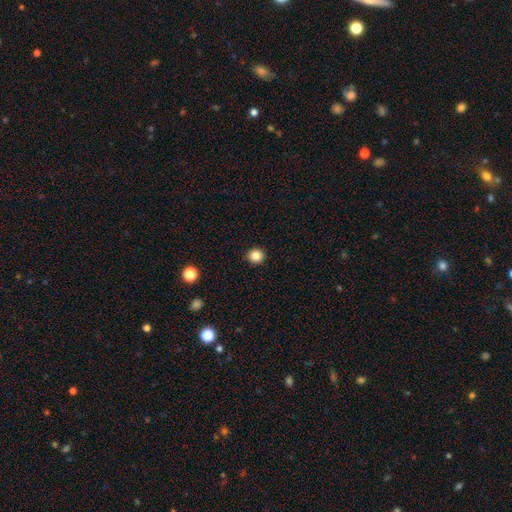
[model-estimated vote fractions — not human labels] Smooth or featured?
  - smooth: 85% *
  - star or artifact: 11%
  - featured or disk: 4%
How rounded?
  - round: 87% *
  - in between: 12%
  - cigar-shaped: 1%
Merging?
  - none: 92% *
  - minor disturbance: 6%
  - major disturbance: 2%
  - merger: 1%